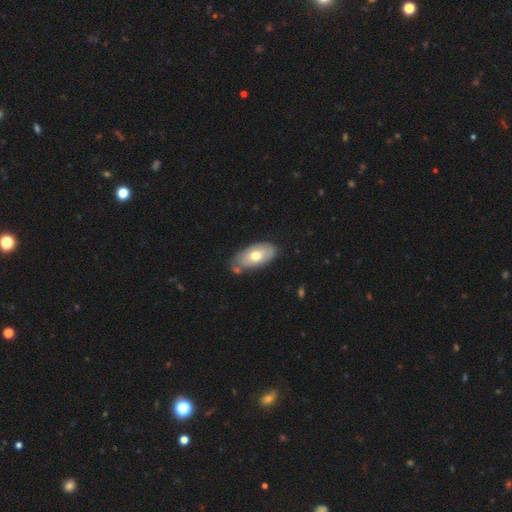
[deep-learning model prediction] This is likely a smooth galaxy (63%). How rounded: clearly in between (93%). Merging: likely none (70%).